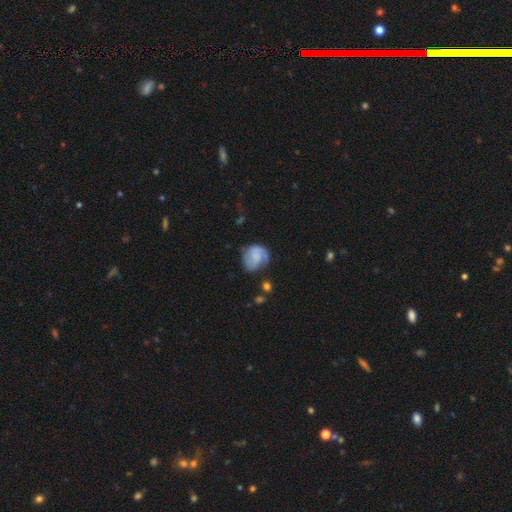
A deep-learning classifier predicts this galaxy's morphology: Smooth or featured? Predicted: featured or disk (p=0.57). Edge-on disk? Predicted: no (p=0.98). Bar? Predicted: no (p=0.54). Spiral arms? Predicted: yes (p=0.87). Bulge size? Predicted: none (p=0.54). Merging? Predicted: none (p=0.57).